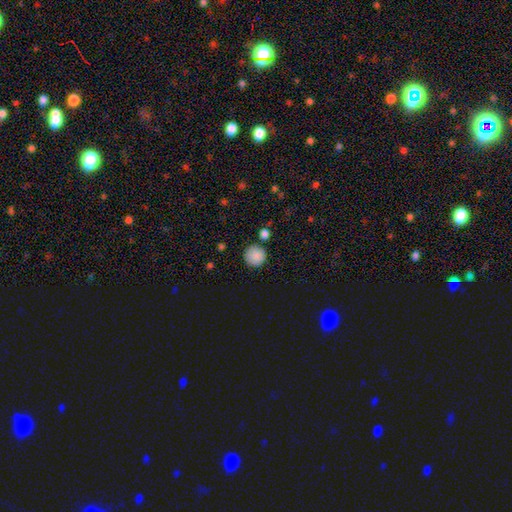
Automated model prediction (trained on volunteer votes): smooth 87%, star or artifact 9%, featured or disk 5%. Down the decision tree: how rounded — round (95%); merging — none (84%).